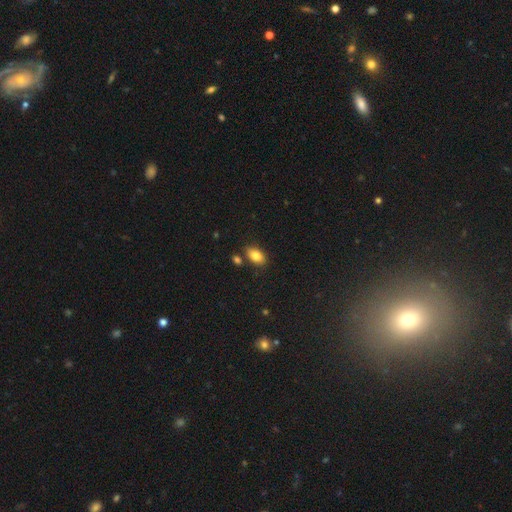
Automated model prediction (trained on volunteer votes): Smooth or featured? smooth (83%)
How rounded? in between (91%)
Merging? none (79%)